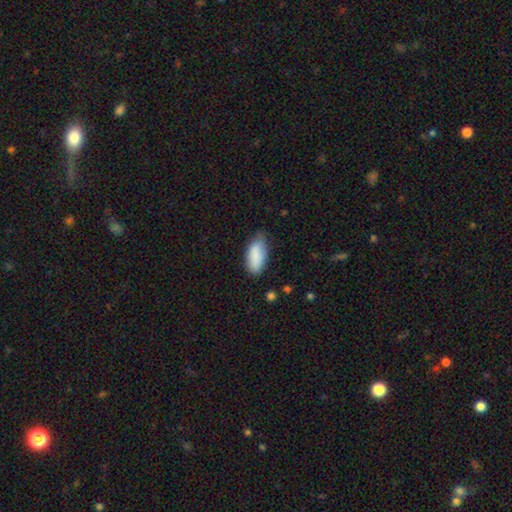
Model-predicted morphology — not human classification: smooth_or_featured: smooth (p=0.87) [alt: featured or disk p=0.07]
how_rounded: in between (p=0.88) [alt: cigar-shaped p=0.10]
merging: none (p=0.66) [alt: minor disturbance p=0.28]